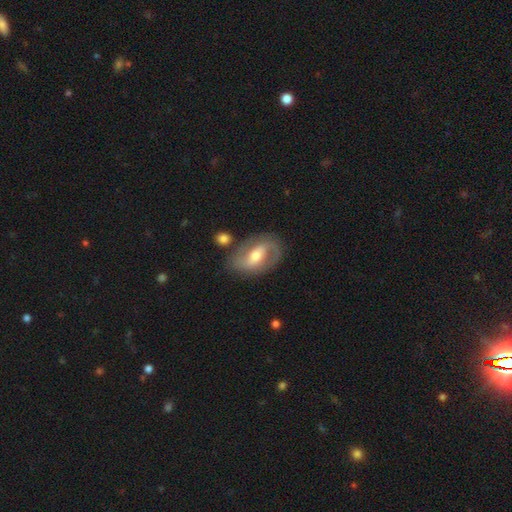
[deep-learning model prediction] The model was most divided on "bar": weak: 41%, strong: 38%, no: 22%. Remaining: edge-on disk — no (95%); spiral arms — yes (86%); spiral arm count — 2 (83%); smooth or featured — featured or disk (76%); merging — none (74%); bulge size — moderate (64%); spiral winding — medium (48%).